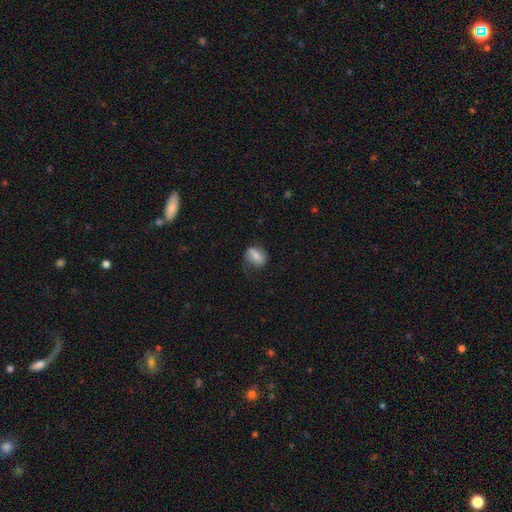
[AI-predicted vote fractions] This appears to be a smooth galaxy with no disk features (57%) that is in between round and cigar-shaped (67%). Merging: none (60%).